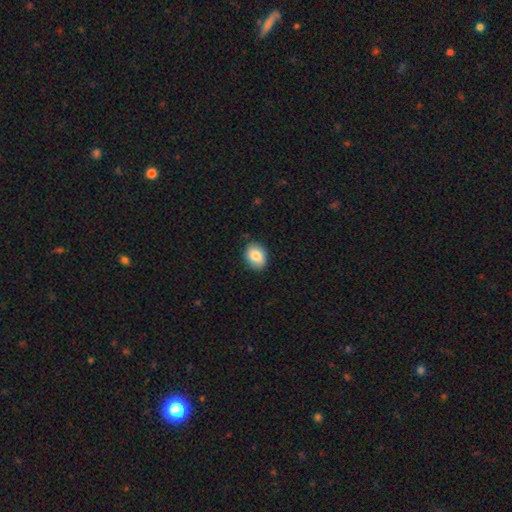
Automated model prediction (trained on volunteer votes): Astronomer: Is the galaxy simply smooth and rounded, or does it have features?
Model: smooth — 83%.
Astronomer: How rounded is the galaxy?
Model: in between — 61% (runner-up: round, 38%).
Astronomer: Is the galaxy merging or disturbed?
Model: none — 86%.